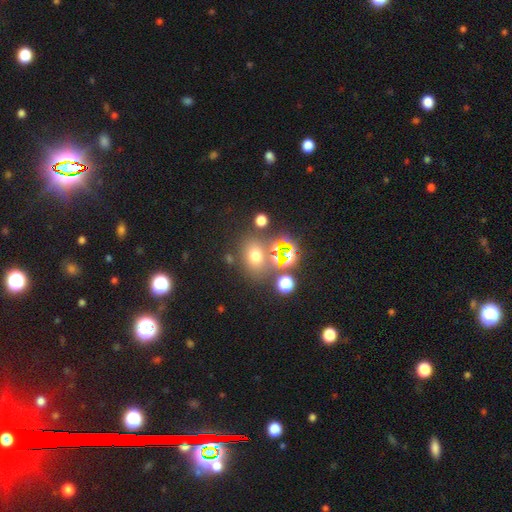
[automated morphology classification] A smooth galaxy with no disk features (59%) that is round (53%). Merging: none (68%).